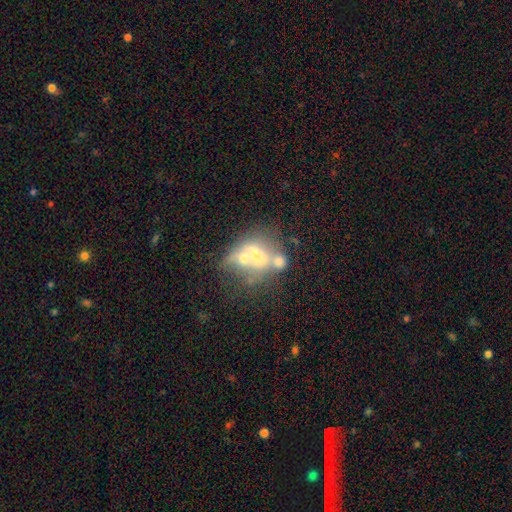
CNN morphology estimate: Overall: featured or disk (50%; smooth 37%). Merging: merger (58%; none 19%).